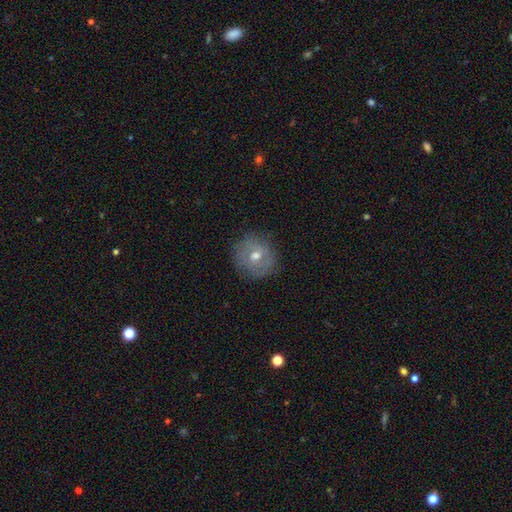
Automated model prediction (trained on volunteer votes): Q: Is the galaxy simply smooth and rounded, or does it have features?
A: featured or disk — 53%.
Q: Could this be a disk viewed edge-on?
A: no — 95%.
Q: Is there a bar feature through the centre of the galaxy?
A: no — 59%.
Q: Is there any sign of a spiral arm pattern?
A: yes — 58%.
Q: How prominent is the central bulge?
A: moderate — 77%.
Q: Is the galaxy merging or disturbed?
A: none — 80%.